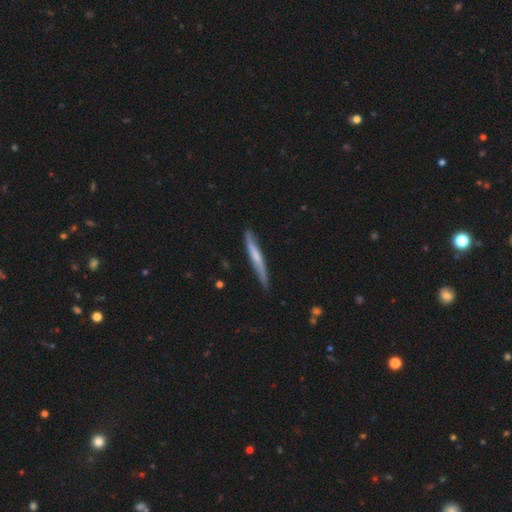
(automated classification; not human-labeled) Overall: featured or disk (51%; smooth 44%). Edge-on disk: yes (87%). Merging: none (78%).